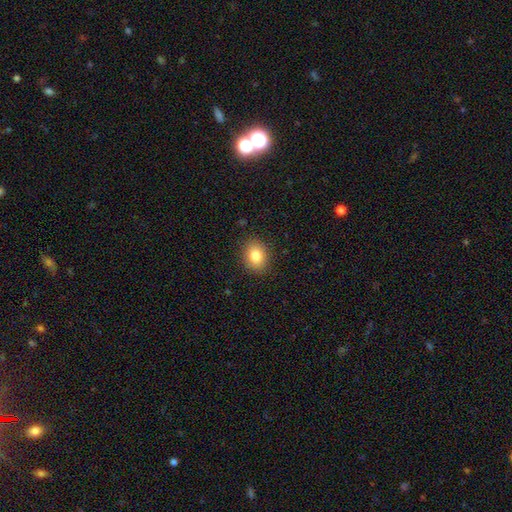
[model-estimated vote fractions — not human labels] This is clearly a smooth galaxy (82%). How rounded: possibly in between (53%). Merging: clearly none (87%).